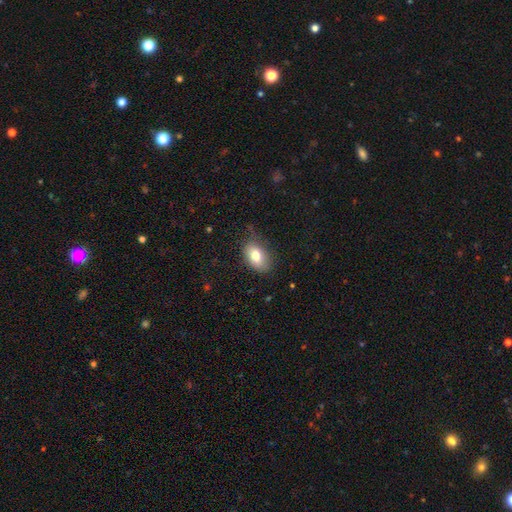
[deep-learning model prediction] smooth-or-featured: smooth: 78% | featured or disk: 13% | star or artifact: 8%
  how-rounded: in between: 86% | round: 12% | cigar-shaped: 1%
  merging: none: 69% | minor disturbance: 24% | major disturbance: 6% | merger: 1%